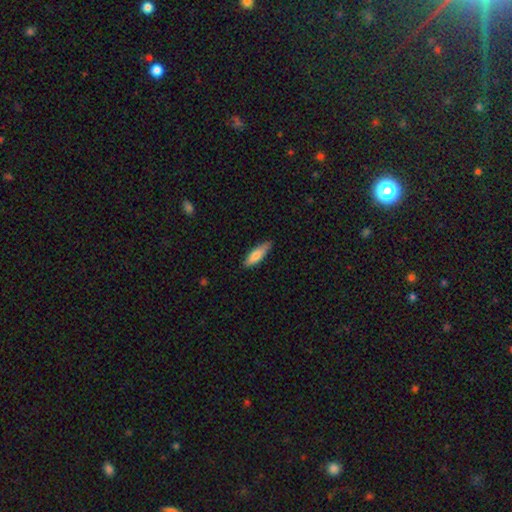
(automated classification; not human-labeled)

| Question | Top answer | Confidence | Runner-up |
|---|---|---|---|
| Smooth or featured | smooth | 76% | featured or disk (18%) |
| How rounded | cigar-shaped | 54% | in between (44%) |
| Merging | none | 79% | minor disturbance (17%) |